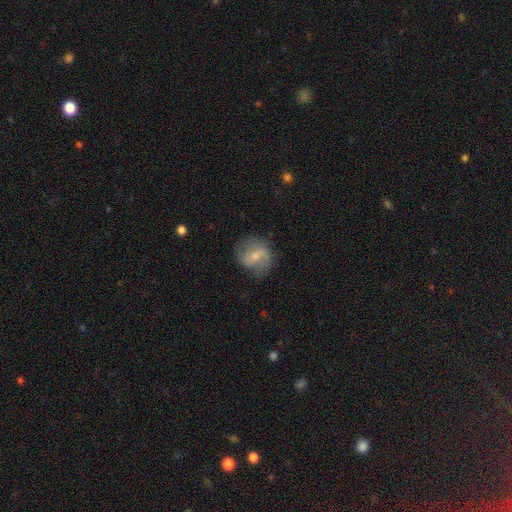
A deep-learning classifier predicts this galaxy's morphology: featured or disk 60%, smooth 33%, star or artifact 8%. Down the decision tree: edge-on disk — no (96%); bar — weak (48%); spiral arms — yes (84%); bulge size — small (60%); merging — none (70%).